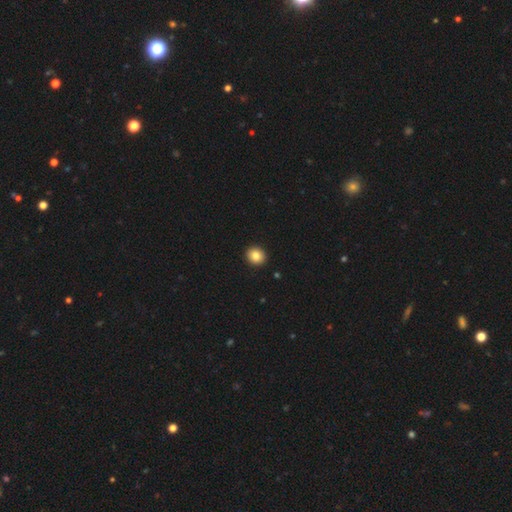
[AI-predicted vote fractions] smooth_or_featured: smooth (p=0.85) [alt: star or artifact p=0.09]
how_rounded: round (p=0.83) [alt: in between p=0.16]
merging: none (p=0.93) [alt: minor disturbance p=0.04]